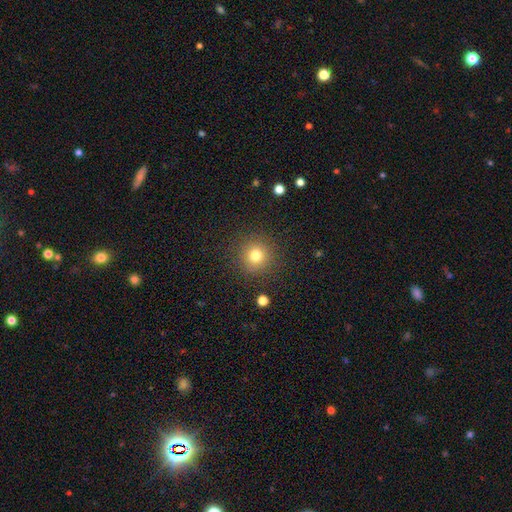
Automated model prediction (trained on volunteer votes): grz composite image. It shows a smooth galaxy with no disk features (78%) that is round (94%). Merging: none (89%).